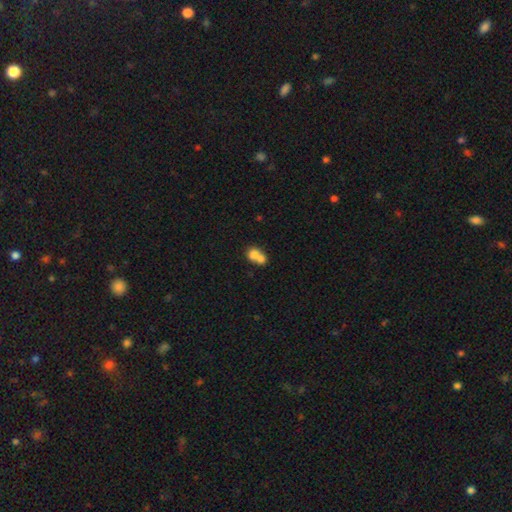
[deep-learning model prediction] Morphology: type=smooth (73%); roundness=round (64%); merging=merger (71%).